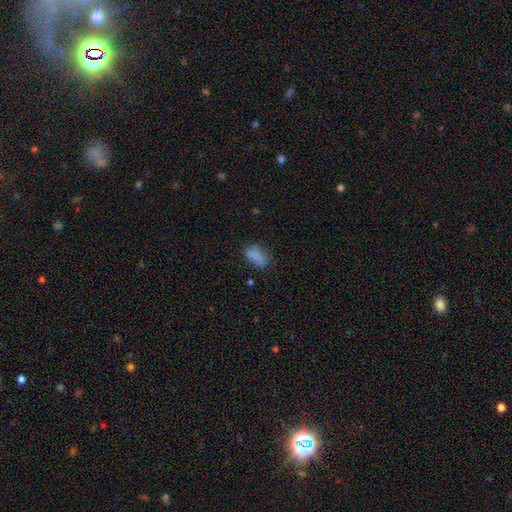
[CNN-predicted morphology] This is clearly a smooth galaxy (81%). How rounded: clearly in between (89%). Merging: likely none (62%).